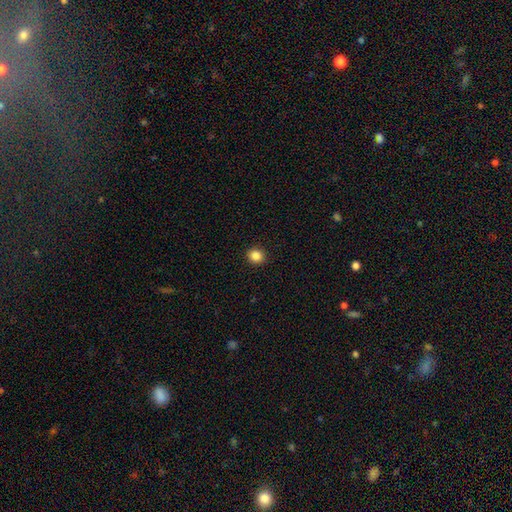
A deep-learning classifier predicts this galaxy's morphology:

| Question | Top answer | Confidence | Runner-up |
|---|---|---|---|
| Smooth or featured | smooth | 86% | star or artifact (11%) |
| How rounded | round | 87% | in between (12%) |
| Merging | none | 92% | minor disturbance (5%) |